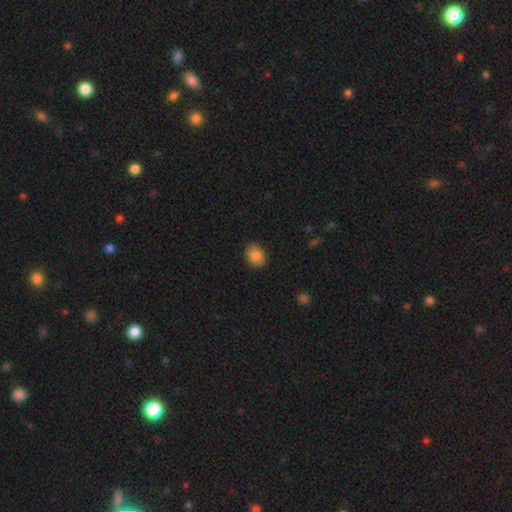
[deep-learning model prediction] A smooth galaxy with no disk features (86%) that is in between round and cigar-shaped (60%). Merging: none (89%).